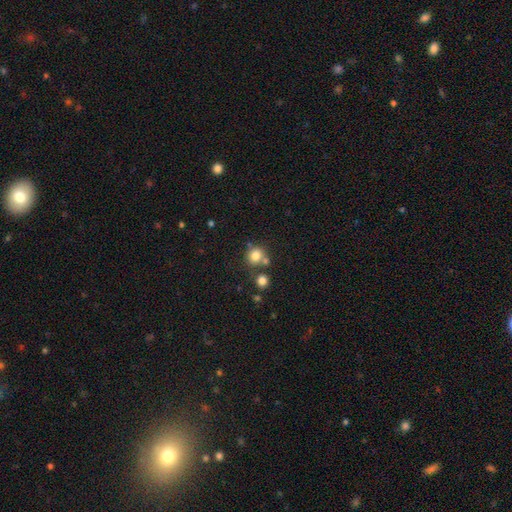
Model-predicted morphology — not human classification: Q: Smooth or featured?
A: smooth (79%); runner-up: star or artifact (12%)
Q: How rounded?
A: round (86%); runner-up: in between (13%)
Q: Merging?
A: none (64%); runner-up: merger (22%)